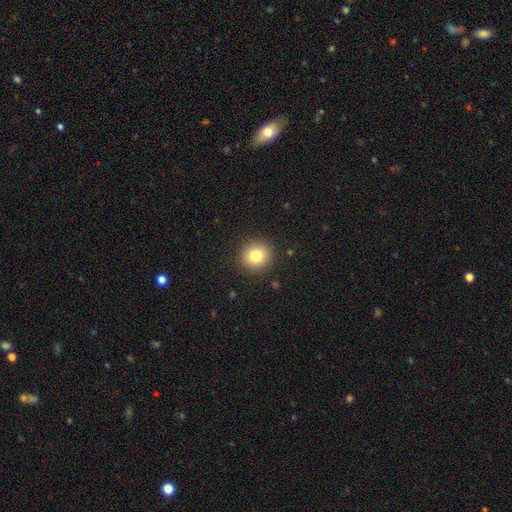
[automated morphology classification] Q: Smooth or featured?
A: smooth (81%); runner-up: star or artifact (11%)
Q: How rounded?
A: round (92%); runner-up: in between (7%)
Q: Merging?
A: none (91%); runner-up: minor disturbance (6%)